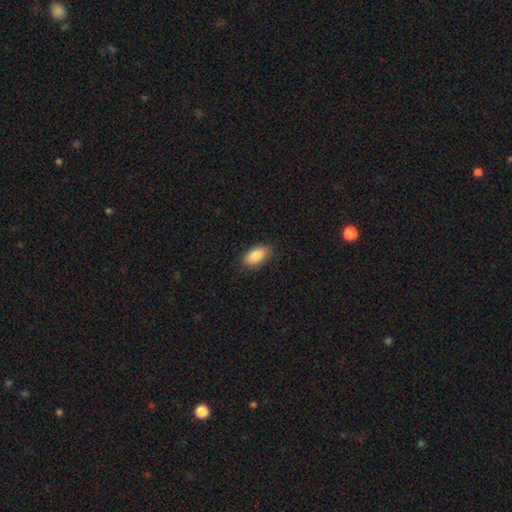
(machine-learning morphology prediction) smooth 86%, featured or disk 7%, star or artifact 7%. Down the decision tree: how rounded — in between (91%); merging — none (86%).